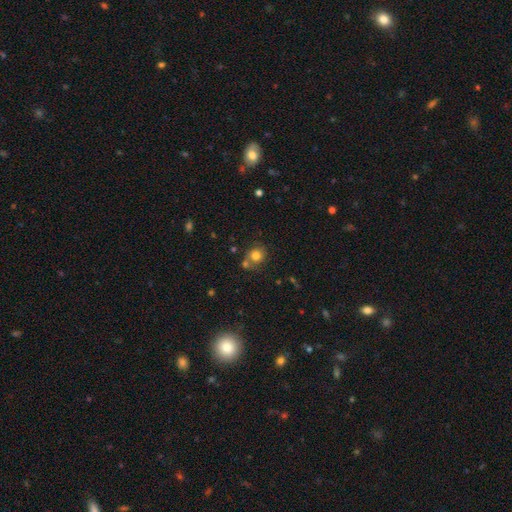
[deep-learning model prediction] smooth 78%, star or artifact 12%, featured or disk 10%. Down the decision tree: how rounded — round (83%); merging — none (63%).